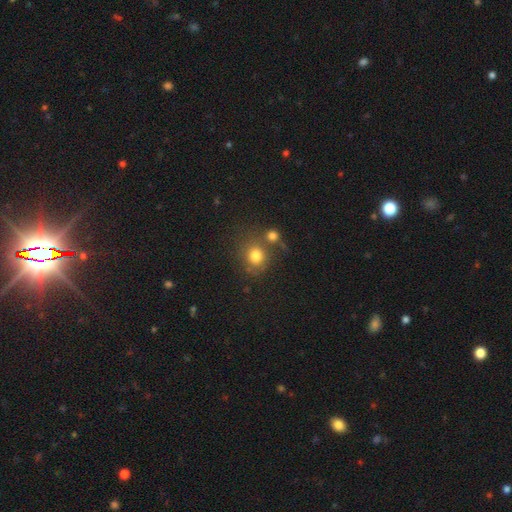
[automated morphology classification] Smooth or featured?
  - smooth: 79% *
  - star or artifact: 12%
  - featured or disk: 9%
How rounded?
  - round: 81% *
  - in between: 18%
  - cigar-shaped: 1%
Merging?
  - none: 60% *
  - merger: 22%
  - minor disturbance: 12%
  - major disturbance: 6%